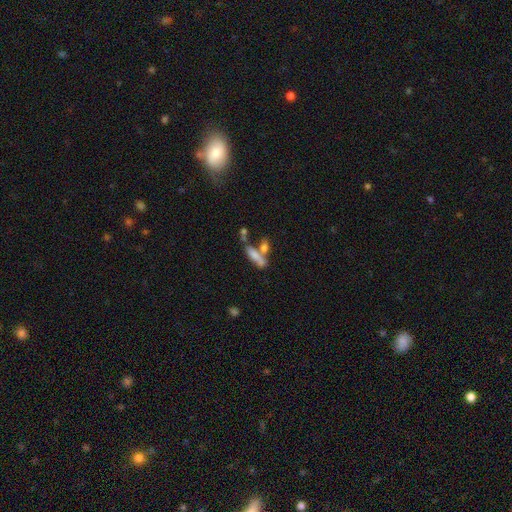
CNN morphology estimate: Smooth or featured?
  - smooth: 70% *
  - featured or disk: 21%
  - star or artifact: 9%
How rounded?
  - cigar-shaped: 50% *
  - in between: 47%
  - round: 3%
Merging?
  - merger: 41% *
  - none: 35%
  - minor disturbance: 14%
  - major disturbance: 9%